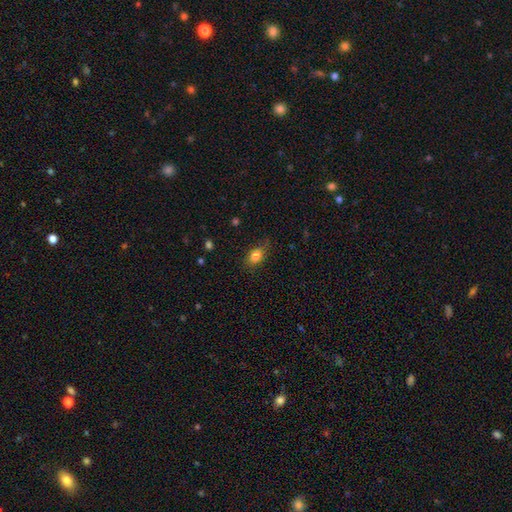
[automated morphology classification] smooth 83%, star or artifact 9%, featured or disk 7%. Down the decision tree: how rounded — in between (79%); merging — none (73%).